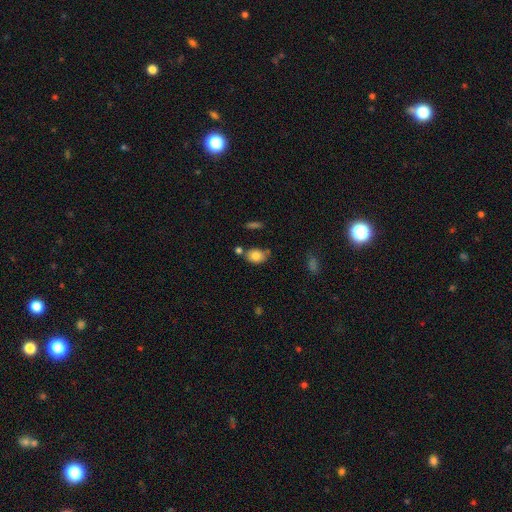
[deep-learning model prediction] smooth 82%, featured or disk 10%, star or artifact 9%. Down the decision tree: how rounded — in between (68%); merging — none (66%).